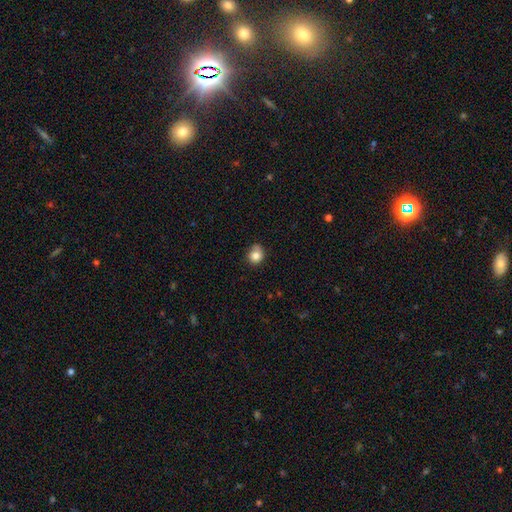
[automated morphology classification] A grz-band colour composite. It shows a smooth galaxy with no disk features (83%) that is round (81%). Merging: none (66%).